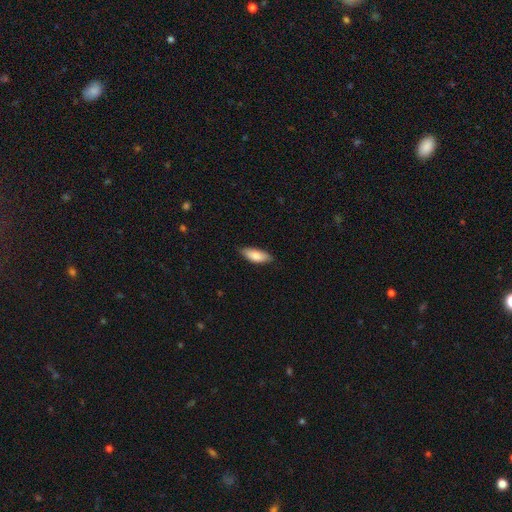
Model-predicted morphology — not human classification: This appears to be a smooth galaxy with no disk features (84%) that is in between round and cigar-shaped (78%). Merging: none (81%).